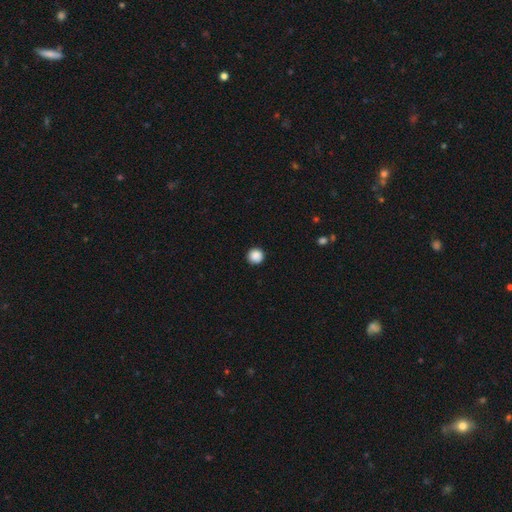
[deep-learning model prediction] The model was most divided on "smooth or featured": smooth: 88%, star or artifact: 9%, featured or disk: 2%. More confident: how rounded — round (96%); merging — none (92%).